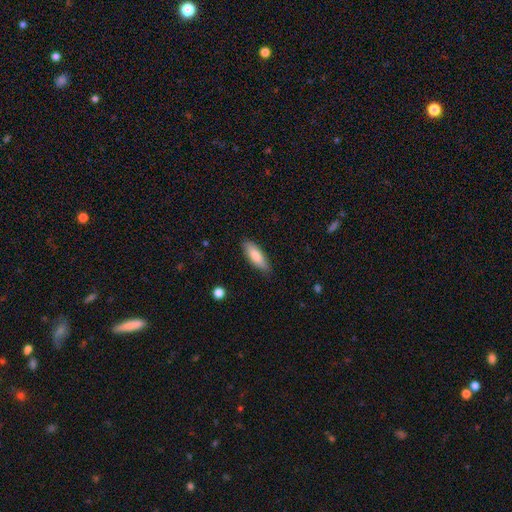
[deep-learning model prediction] smooth-or-featured: smooth: 82% | featured or disk: 12% | star or artifact: 6%
  how-rounded: in between: 58% | cigar-shaped: 40% | round: 2%
  merging: none: 85% | minor disturbance: 12% | major disturbance: 2% | merger: 1%